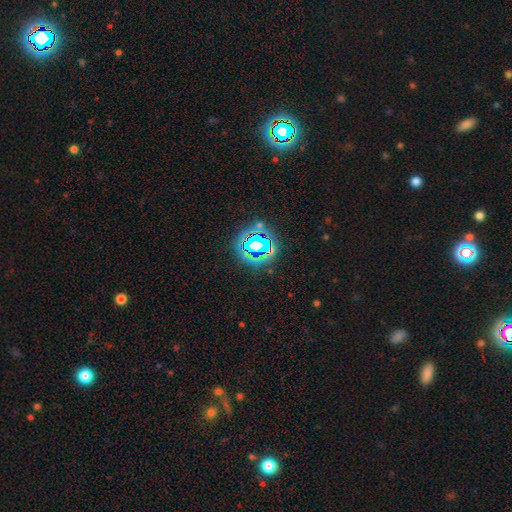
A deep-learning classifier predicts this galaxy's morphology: Smooth or featured? star or artifact (79%)